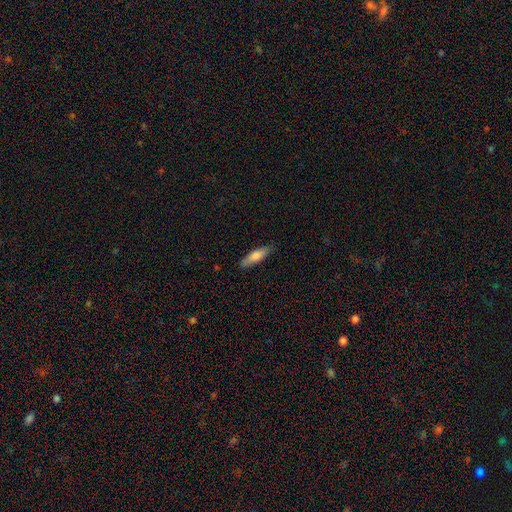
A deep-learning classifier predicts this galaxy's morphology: This is likely a smooth galaxy (74%). How rounded: likely cigar-shaped (63%). Merging: clearly none (85%).